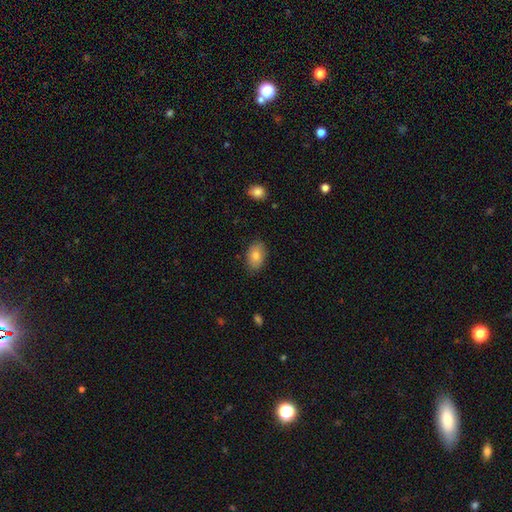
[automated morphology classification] A smooth galaxy with no disk features (83%) that is in between round and cigar-shaped (87%). Merging: none (84%).